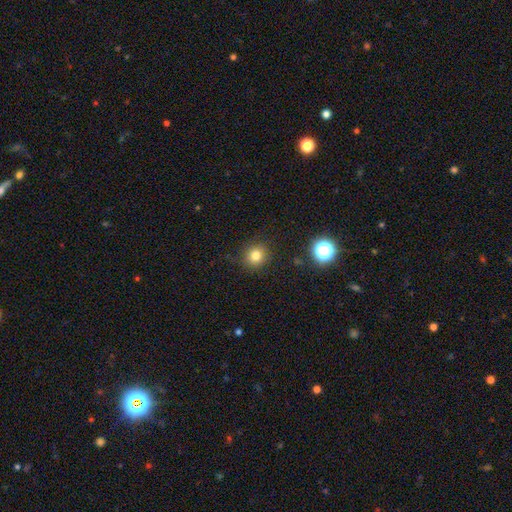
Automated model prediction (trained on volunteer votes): The model was most divided on "smooth or featured": smooth: 79%, star or artifact: 14%, featured or disk: 7%. More confident: merging — none (89%); how rounded — round (87%).